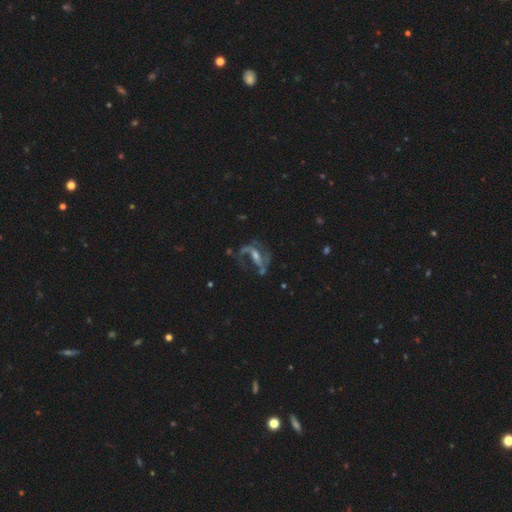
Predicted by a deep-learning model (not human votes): Smooth or featured? featured or disk (80%)
Edge-on disk? no (93%)
Bar? strong (42%)
Spiral arms? yes (87%)
Spiral winding? loose (50%)
Spiral arm count? 2 (74%)
Bulge size? small (43%)
Merging? none (49%)